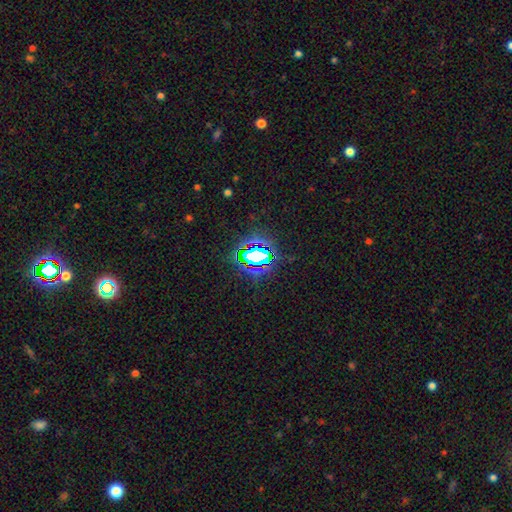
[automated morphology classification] Q: Smooth or featured?
A: star or artifact (71%); runner-up: smooth (17%)